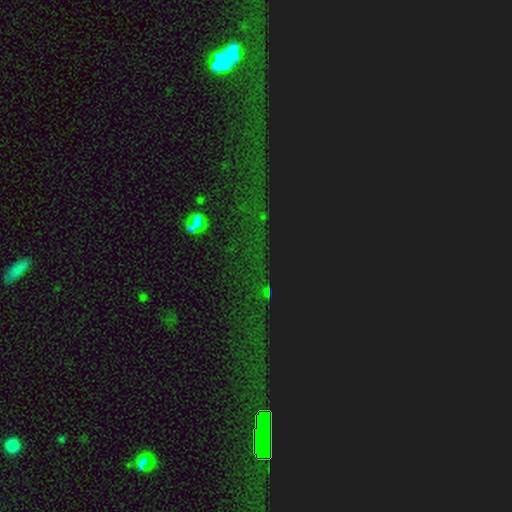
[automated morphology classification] Smooth or featured: star or artifact — 83% (featured or disk — 9%)